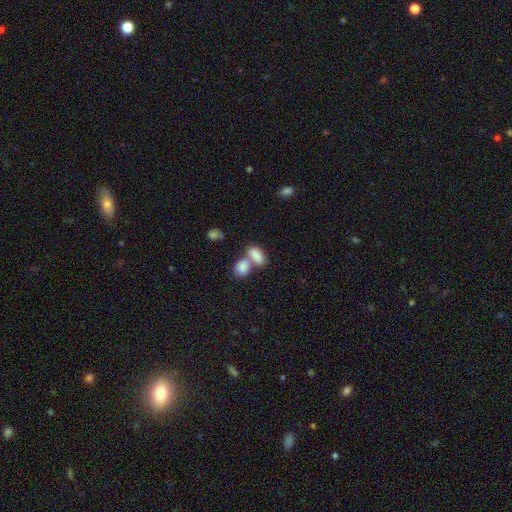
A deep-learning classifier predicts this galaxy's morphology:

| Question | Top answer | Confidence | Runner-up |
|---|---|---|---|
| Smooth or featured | smooth | 85% | featured or disk (8%) |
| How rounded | in between | 88% | round (8%) |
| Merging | merger | 57% | none (31%) |